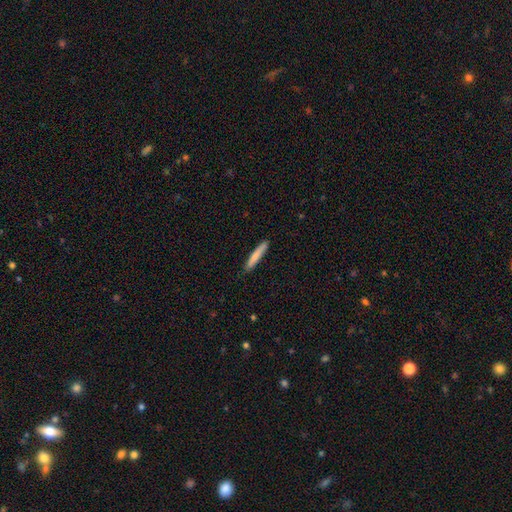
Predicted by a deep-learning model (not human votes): Overall: smooth (77%). How rounded: cigar-shaped (94%). Merging: none (87%).